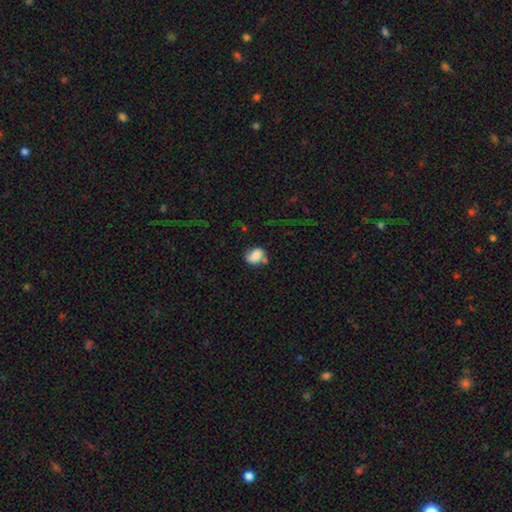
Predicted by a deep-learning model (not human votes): smooth_or_featured: smooth (p=0.76) [alt: featured or disk p=0.15]
how_rounded: in between (p=0.64) [alt: round p=0.35]
merging: none (p=0.52) [alt: minor disturbance p=0.27]